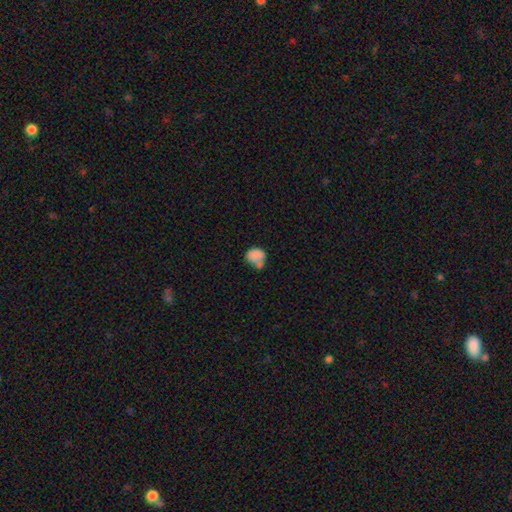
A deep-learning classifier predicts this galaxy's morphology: Smooth or featured? smooth (77%)
How rounded? round (54%)
Merging? merger (36%)